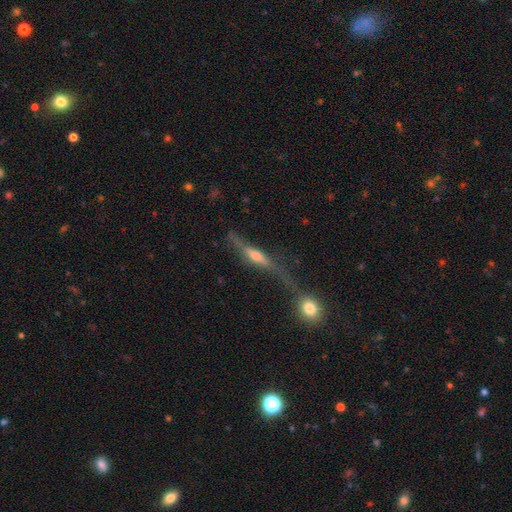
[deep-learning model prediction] This appears to be a featured or disk galaxy (59%) viewed edge-on (83%). Merging: none (40%).